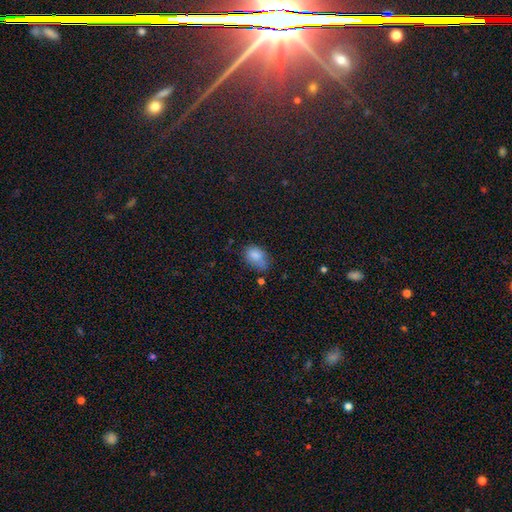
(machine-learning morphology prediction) The model was most divided on "merging": none: 51%, minor disturbance: 33%, major disturbance: 9%, merger: 6%. More confident: smooth or featured — smooth (81%); how rounded — in between (81%).